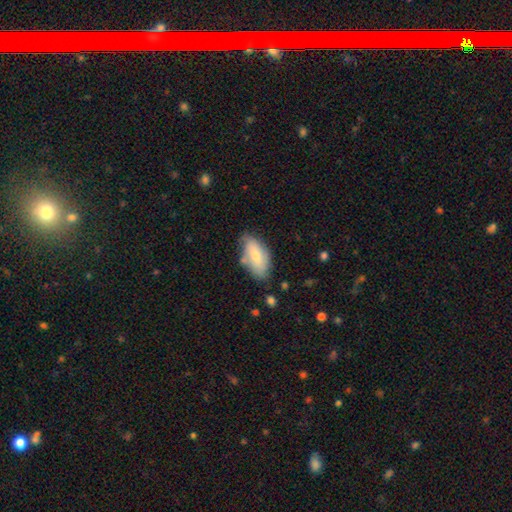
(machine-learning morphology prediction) This appears to be a smooth galaxy with no disk features (70%) that is in between round and cigar-shaped (91%). Merging: none (59%).